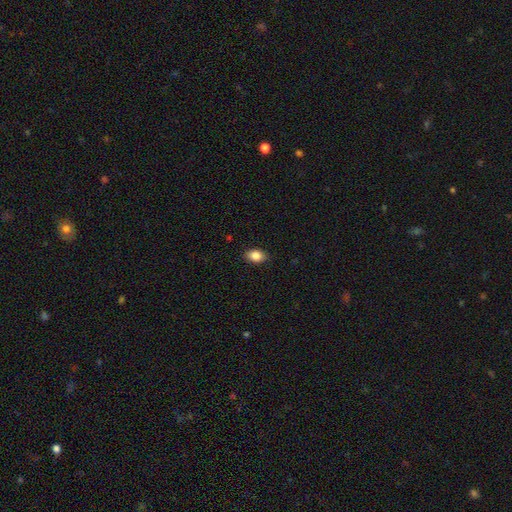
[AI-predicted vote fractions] The model was most divided on "how rounded": in between: 81%, round: 17%, cigar-shaped: 2%. More confident: merging — none (87%); smooth or featured — smooth (86%).